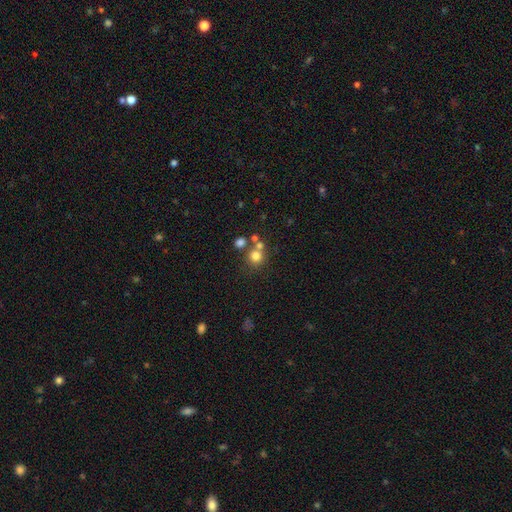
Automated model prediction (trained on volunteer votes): smooth_or_featured: smooth (p=0.75) [alt: star or artifact p=0.15]
how_rounded: round (p=0.89) [alt: in between p=0.10]
merging: none (p=0.60) [alt: merger p=0.27]